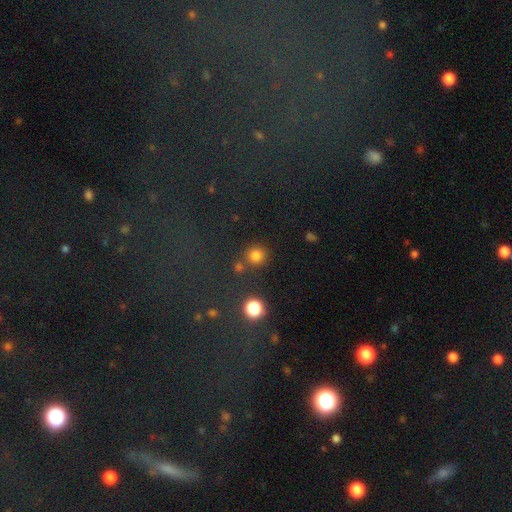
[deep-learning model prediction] Morphology: type=smooth (77%); roundness=round (91%); merging=none (77%).